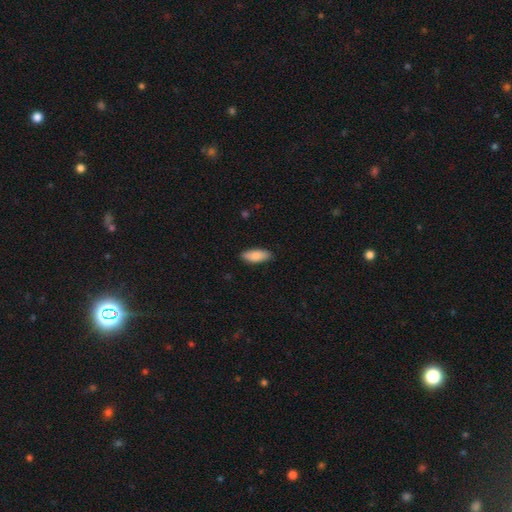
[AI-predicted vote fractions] This appears to be a smooth galaxy with no disk features (88%) that is in between round and cigar-shaped (81%). Merging: none (88%).